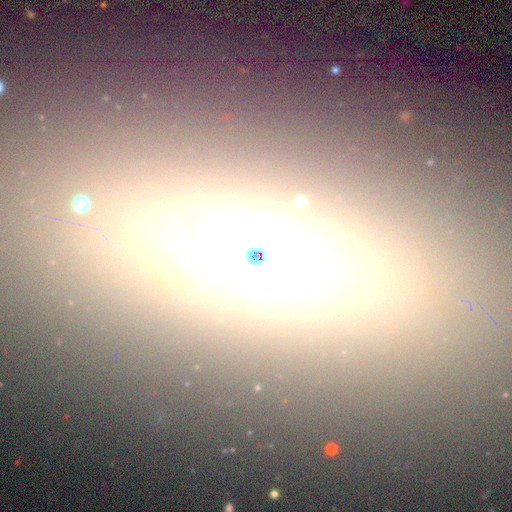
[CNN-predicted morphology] Overall: star or artifact (37%; featured or disk 34%).